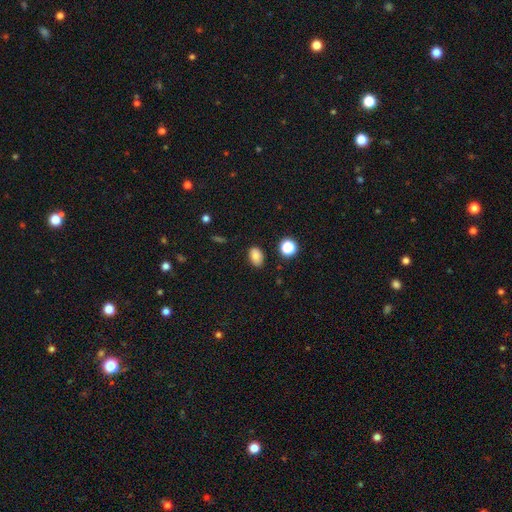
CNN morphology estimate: Smooth or featured: smooth — 82% (star or artifact — 12%)
How rounded: in between — 83% (round — 16%)
Merging: none — 82% (minor disturbance — 13%)